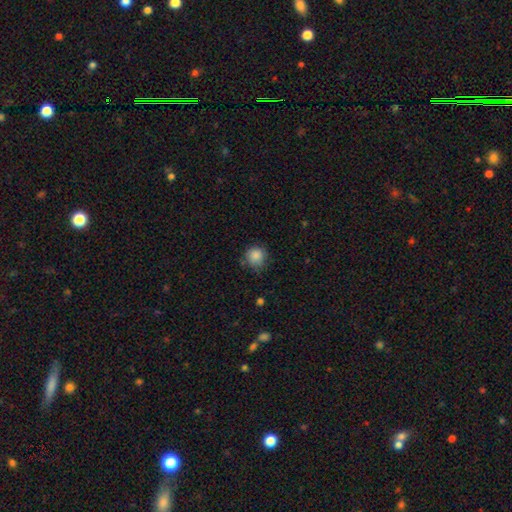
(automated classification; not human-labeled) This appears to be a smooth galaxy with no disk features (85%) that is round (89%). Merging: none (72%).